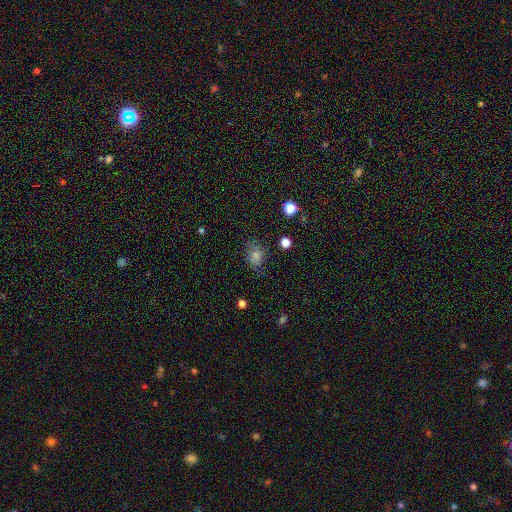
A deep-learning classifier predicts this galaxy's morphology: This is likely a smooth galaxy (66%). How rounded: possibly in between (56%). Merging: likely none (68%).